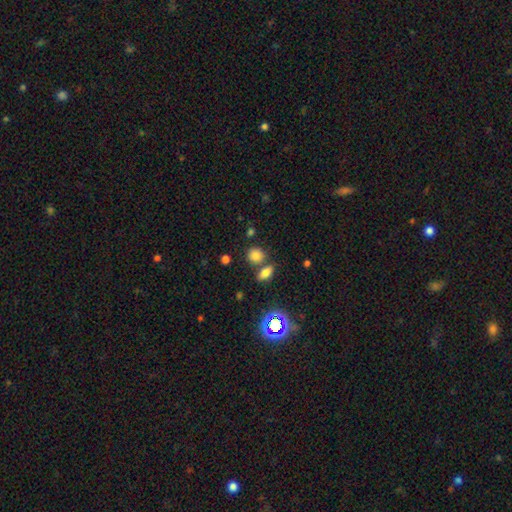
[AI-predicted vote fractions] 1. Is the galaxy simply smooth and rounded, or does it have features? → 79% smooth, 15% star or artifact, 7% featured or disk.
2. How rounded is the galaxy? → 66% round, 32% in between, 2% cigar-shaped.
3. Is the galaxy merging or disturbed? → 66% none, 21% merger, 10% minor disturbance, 4% major disturbance.